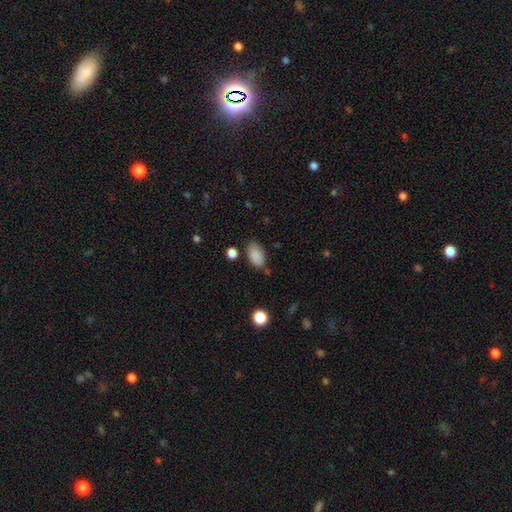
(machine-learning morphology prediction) Overall: smooth (87%). How rounded: in between (92%). Merging: none (72%).